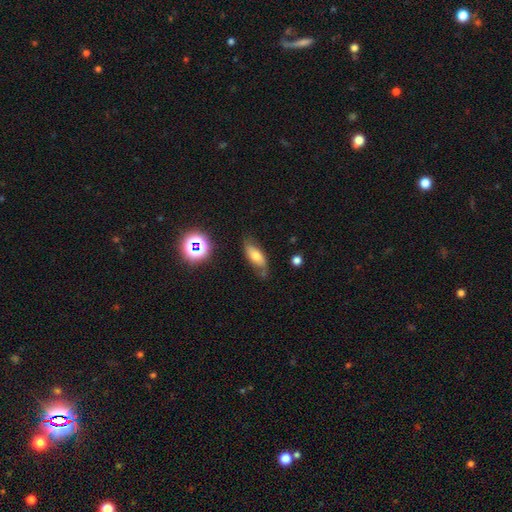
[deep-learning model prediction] Q: Smooth or featured?
A: smooth (61%); runner-up: featured or disk (27%)
Q: How rounded?
A: in between (76%); runner-up: cigar-shaped (20%)
Q: Merging?
A: none (66%); runner-up: minor disturbance (24%)